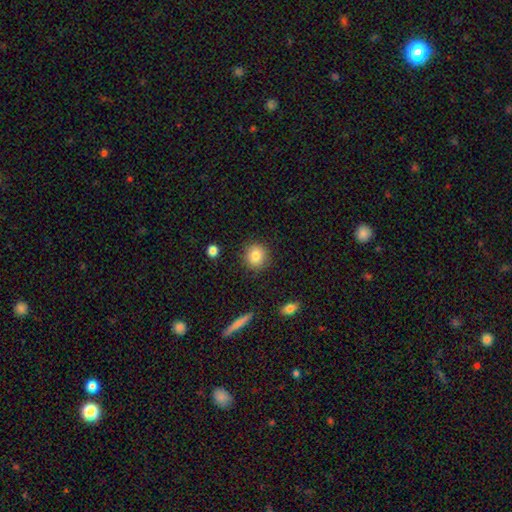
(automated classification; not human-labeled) A smooth galaxy with no disk features (85%) that is round (89%). Merging: none (88%).